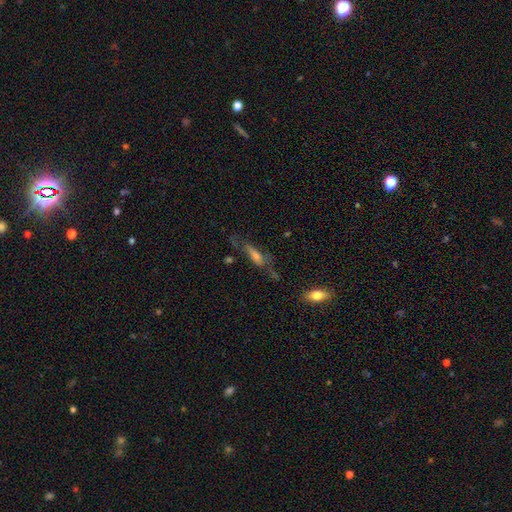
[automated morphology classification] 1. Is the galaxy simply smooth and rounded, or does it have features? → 44% smooth, 41% featured or disk, 15% star or artifact.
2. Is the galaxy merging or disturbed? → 50% none, 24% minor disturbance, 20% major disturbance, 7% merger.